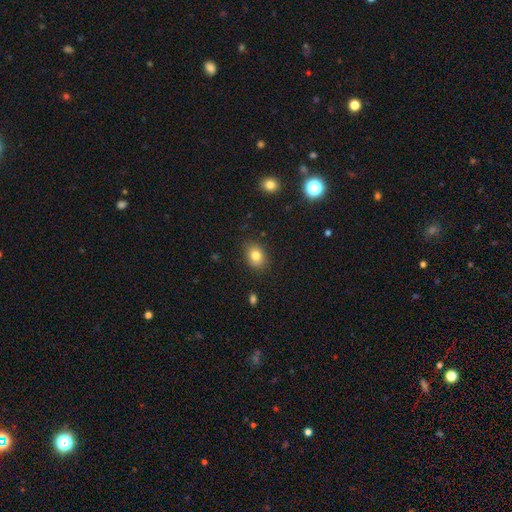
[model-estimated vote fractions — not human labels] Smooth or featured? smooth (81%)
How rounded? in between (58%)
Merging? none (85%)